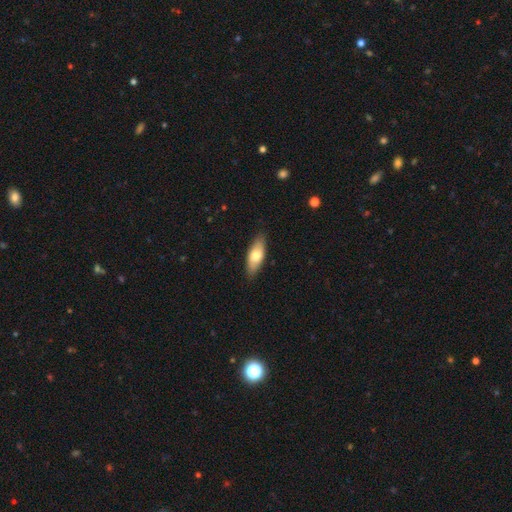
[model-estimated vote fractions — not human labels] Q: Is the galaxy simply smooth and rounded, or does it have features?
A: smooth — 70%.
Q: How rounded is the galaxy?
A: in between — 76%.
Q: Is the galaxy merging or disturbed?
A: none — 86%.